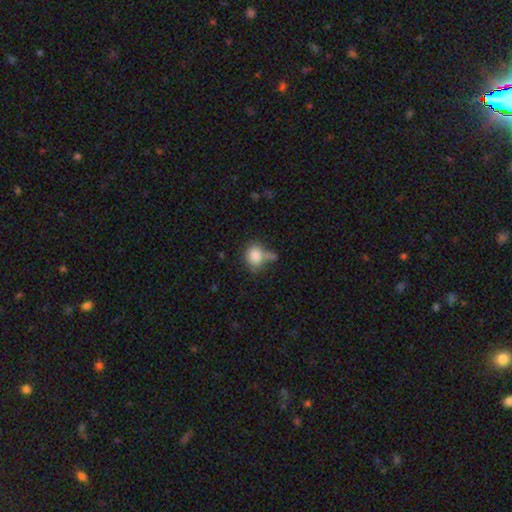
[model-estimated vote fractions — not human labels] Smooth or featured?
  - smooth: 84% *
  - star or artifact: 9%
  - featured or disk: 7%
How rounded?
  - in between: 49% * (tied)
  - round: 49% * (tied)
  - cigar-shaped: 1%
Merging?
  - none: 46% *
  - merger: 22%
  - minor disturbance: 22%
  - major disturbance: 10%